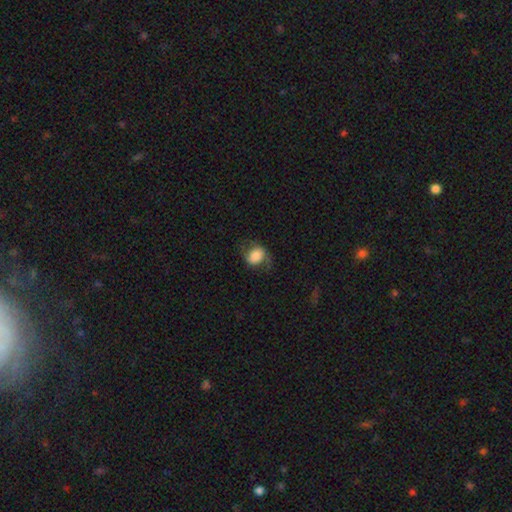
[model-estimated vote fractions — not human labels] A smooth galaxy with no disk features (65%) that is in between round and cigar-shaped (53%). Merging: none (56%).